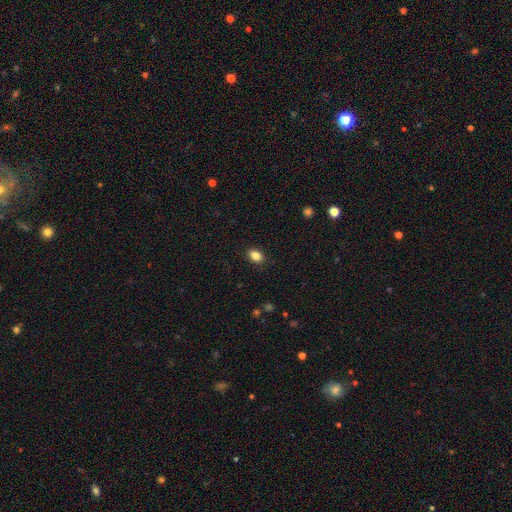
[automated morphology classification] The model was most divided on "how rounded": in between: 72%, round: 27%, cigar-shaped: 1%. More confident: merging — none (88%); smooth or featured — smooth (84%).